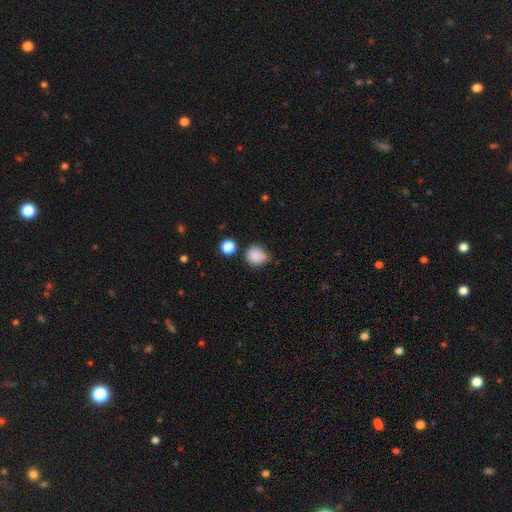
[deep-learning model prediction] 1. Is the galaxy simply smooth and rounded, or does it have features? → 87% smooth, 9% star or artifact, 4% featured or disk.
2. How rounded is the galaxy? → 82% round, 17% in between, 1% cigar-shaped.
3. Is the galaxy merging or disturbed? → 72% none, 18% minor disturbance, 5% merger, 4% major disturbance.